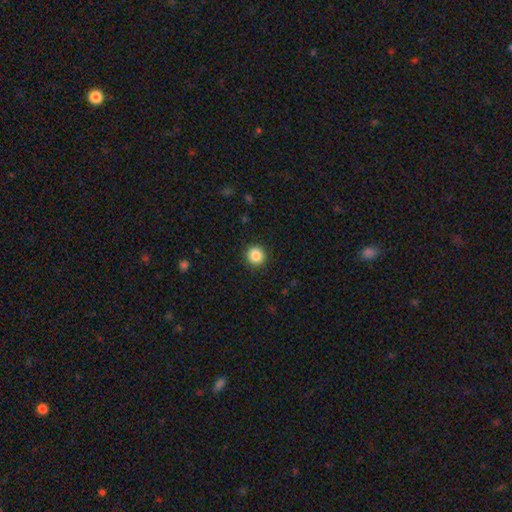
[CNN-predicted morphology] Q: Smooth or featured?
A: smooth (87%); runner-up: star or artifact (9%)
Q: How rounded?
A: round (92%); runner-up: in between (7%)
Q: Merging?
A: none (91%); runner-up: minor disturbance (6%)